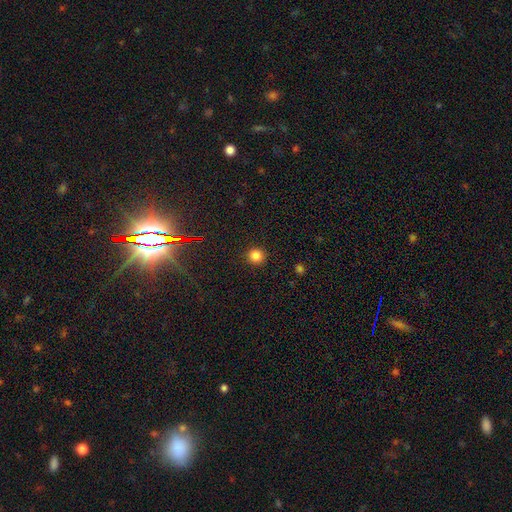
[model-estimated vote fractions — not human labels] Smooth or featured? Predicted: smooth (p=0.83). How rounded? Predicted: round (p=0.93). Merging? Predicted: none (p=0.91).